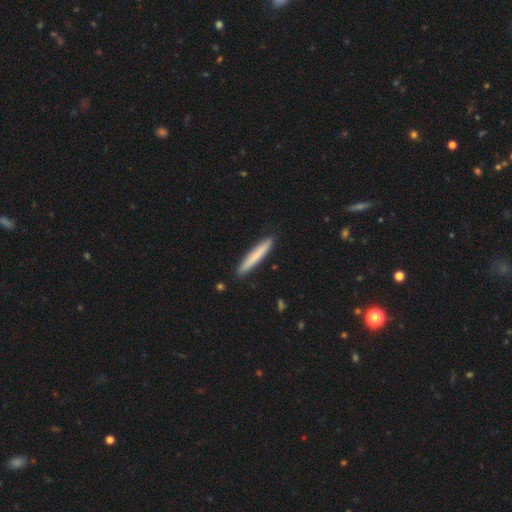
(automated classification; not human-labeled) Morphology: type=smooth (74%); roundness=cigar-shaped (95%); merging=none (91%).